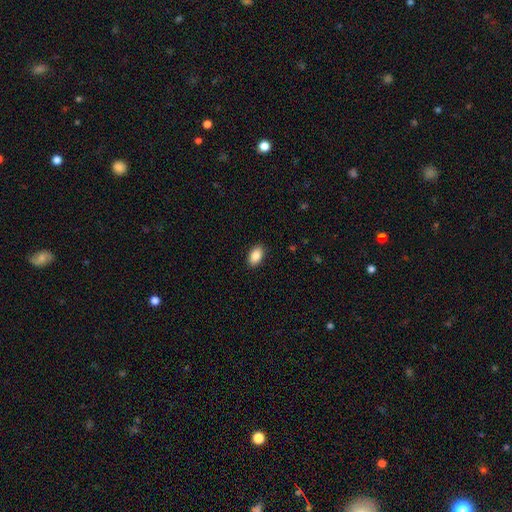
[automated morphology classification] Q: Smooth or featured?
A: smooth (88%); runner-up: star or artifact (7%)
Q: How rounded?
A: in between (92%); runner-up: round (6%)
Q: Merging?
A: none (90%); runner-up: minor disturbance (7%)